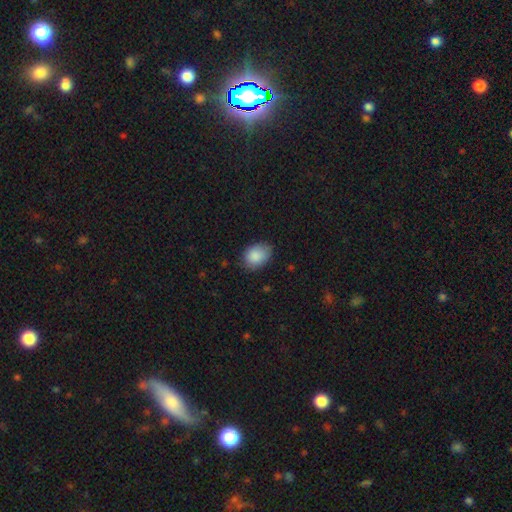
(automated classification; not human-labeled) A smooth galaxy with no disk features (88%) that is in between round and cigar-shaped (70%).

Vote fractions:
- Smooth or featured? smooth: 88% / star or artifact: 7% / featured or disk: 5%
- How rounded? in between: 70% / round: 29% / cigar-shaped: 1%
- Merging? none: 76% / minor disturbance: 20% / major disturbance: 4% / merger: 1%